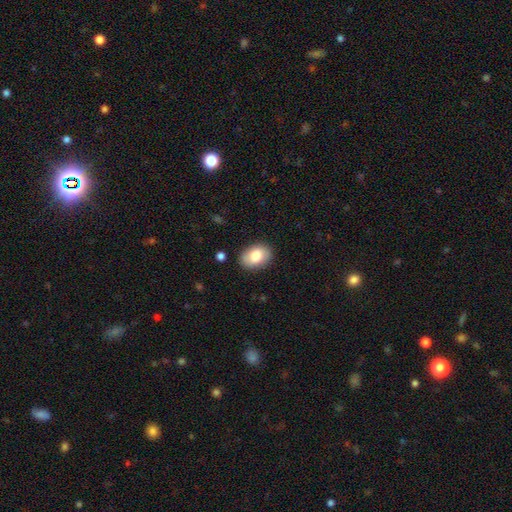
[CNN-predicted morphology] smooth-or-featured: smooth: 80% | featured or disk: 13% | star or artifact: 7%
  how-rounded: in between: 81% | round: 18% | cigar-shaped: 1%
  merging: none: 86% | minor disturbance: 10% | major disturbance: 3% | merger: 1%